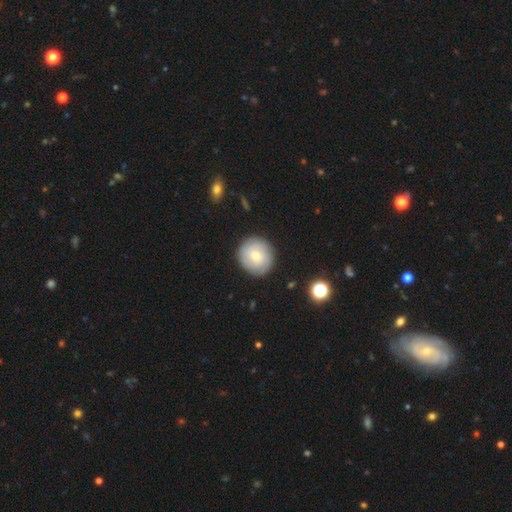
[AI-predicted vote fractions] The model was most divided on "smooth or featured": featured or disk: 52%, smooth: 40%, star or artifact: 8%. More confident: edge-on disk — no (97%); merging — none (87%); spiral arms — yes (83%); bar — no (69%); bulge size — small (64%).